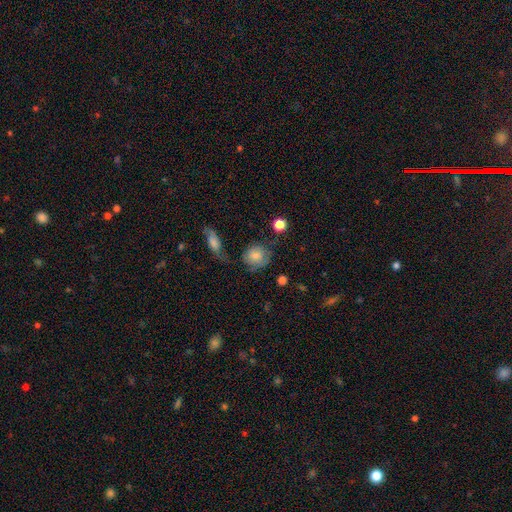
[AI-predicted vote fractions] Smooth or featured?
  - smooth: 70% *
  - featured or disk: 22%
  - star or artifact: 8%
How rounded?
  - round: 79% *
  - in between: 19%
  - cigar-shaped: 1%
Merging?
  - none: 53% *
  - minor disturbance: 26%
  - major disturbance: 14%
  - merger: 8%